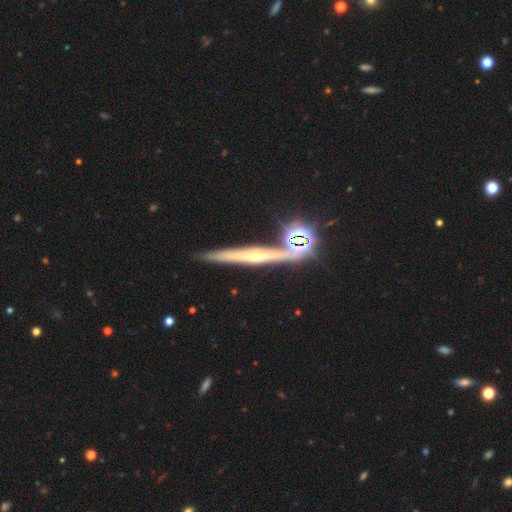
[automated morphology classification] A featured or disk galaxy (60%) viewed edge-on (92%) with a rounded central bulge (76%). Merging: none (79%).